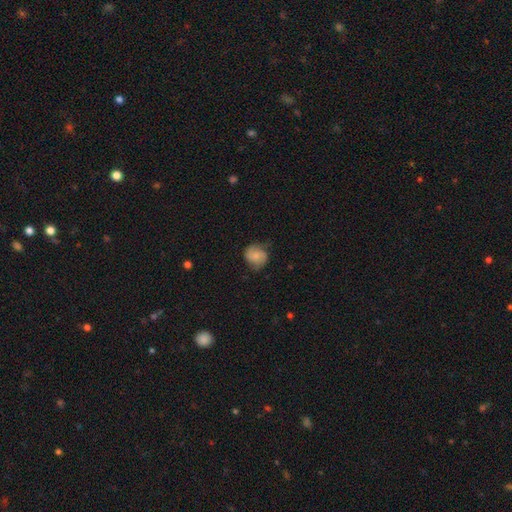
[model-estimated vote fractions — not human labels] Q: Smooth or featured?
A: featured or disk (47%); runner-up: smooth (45%)
Q: Merging?
A: none (70%); runner-up: minor disturbance (22%)